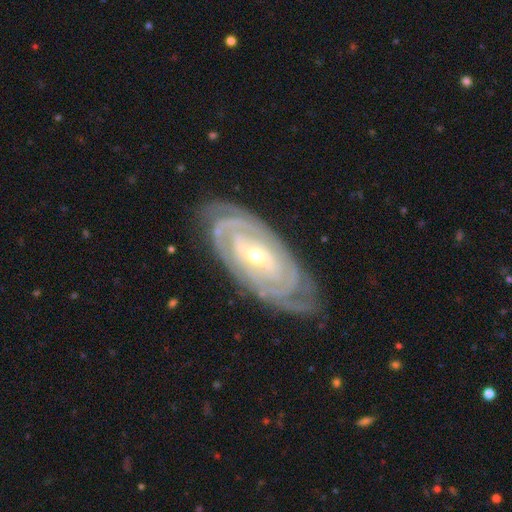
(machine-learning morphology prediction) A featured or disk galaxy (89%) with no bar (56%), tight (83%) spiral arms (96%) and a small central bulge (66%). Merging: none (78%).